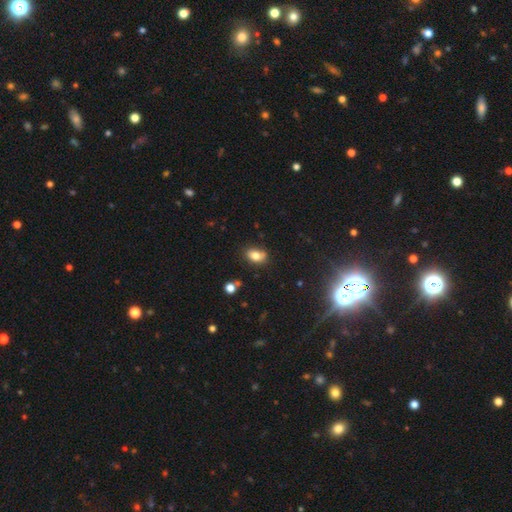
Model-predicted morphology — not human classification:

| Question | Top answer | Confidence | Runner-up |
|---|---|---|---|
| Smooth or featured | smooth | 80% | star or artifact (10%) |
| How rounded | in between | 82% | round (16%) |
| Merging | none | 75% | minor disturbance (17%) |